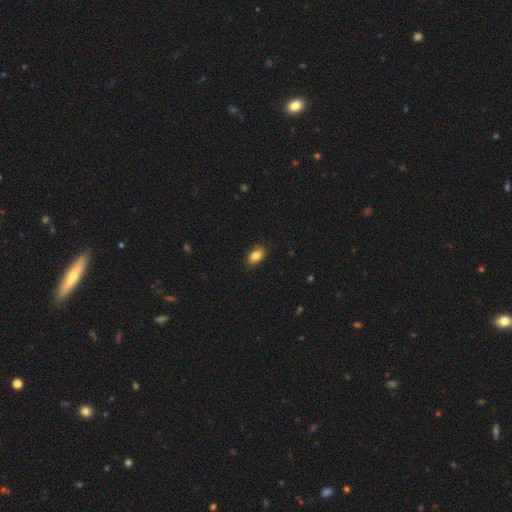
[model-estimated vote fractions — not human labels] Smooth or featured: smooth — 86% (star or artifact — 8%)
How rounded: in between — 89% (round — 10%)
Merging: none — 86% (minor disturbance — 11%)